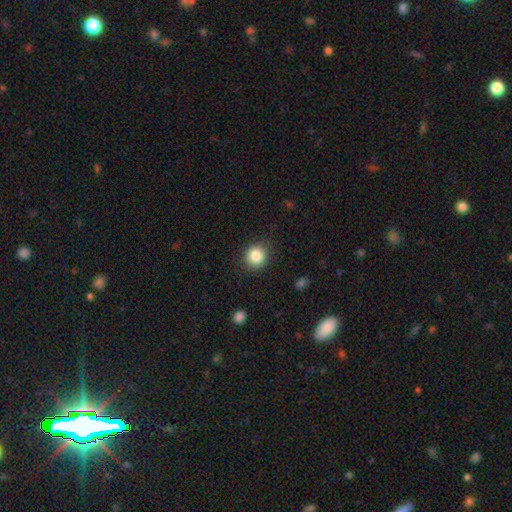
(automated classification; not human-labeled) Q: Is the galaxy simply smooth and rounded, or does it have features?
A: smooth — 86%.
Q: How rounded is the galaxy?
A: round — 87%.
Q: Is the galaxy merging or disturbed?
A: none — 88%.